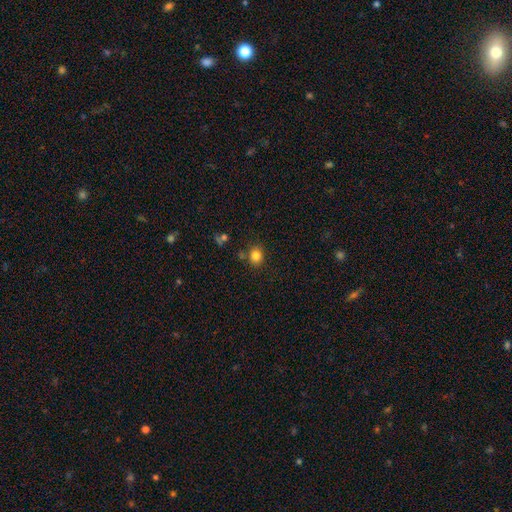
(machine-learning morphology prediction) smooth 83%, star or artifact 12%, featured or disk 6%. Down the decision tree: how rounded — round (66%); merging — none (78%).